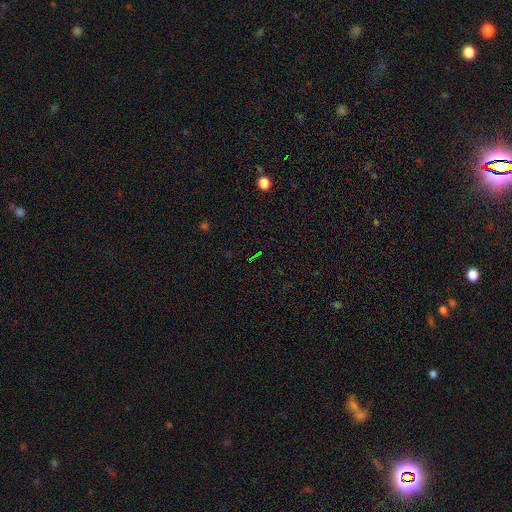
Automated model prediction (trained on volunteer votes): Smooth or featured?
  - star or artifact: 73% *
  - smooth: 16%
  - featured or disk: 11%